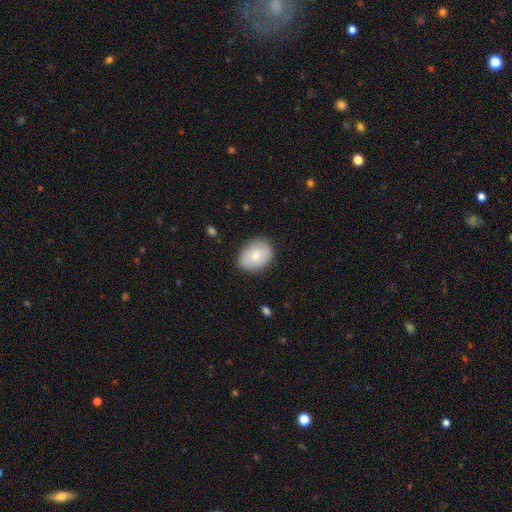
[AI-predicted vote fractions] Smooth or featured: smooth — 73% (featured or disk — 21%)
How rounded: in between — 66% (round — 33%)
Merging: none — 83% (minor disturbance — 13%)